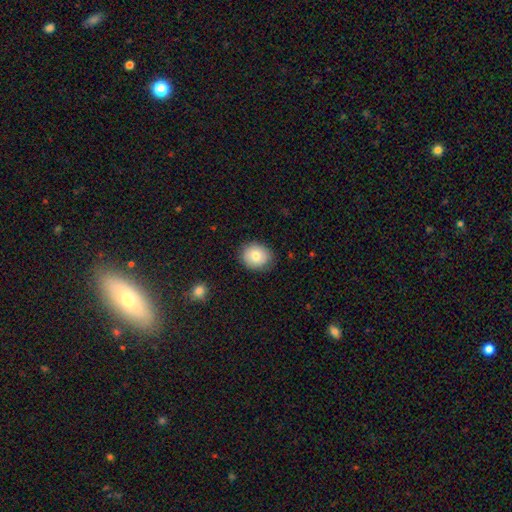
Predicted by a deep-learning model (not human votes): Smooth or featured: smooth — 78% (featured or disk — 13%)
How rounded: round — 66% (in between — 33%)
Merging: none — 84% (minor disturbance — 12%)